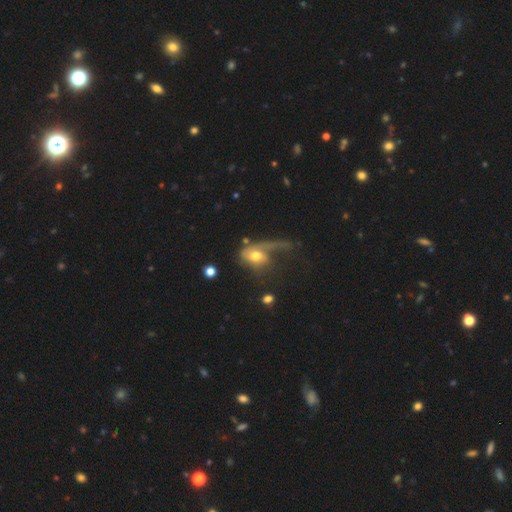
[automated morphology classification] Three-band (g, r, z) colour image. It shows a smooth galaxy with no disk features (49%). Merging: major disturbance (61%).